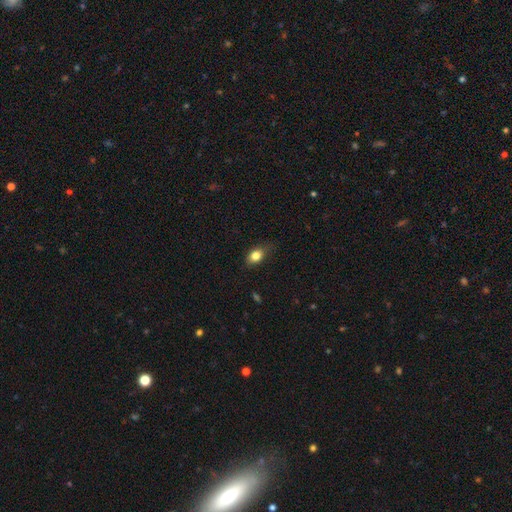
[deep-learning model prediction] This is clearly a smooth galaxy (82%). How rounded: likely in between (75%). Merging: likely none (71%).